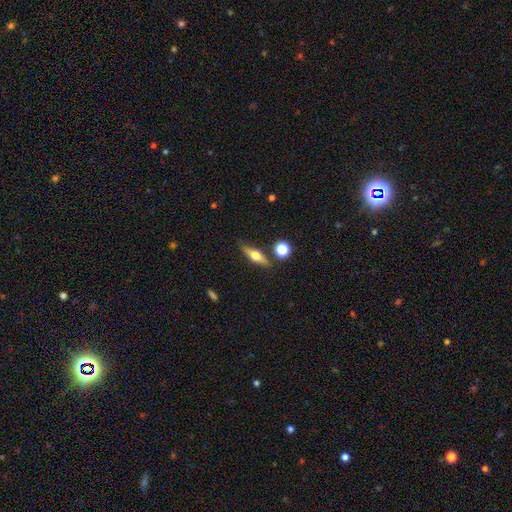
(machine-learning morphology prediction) smooth_or_featured: smooth (p=0.47) [alt: featured or disk p=0.45]
merging: none (p=0.81) [alt: minor disturbance p=0.11]